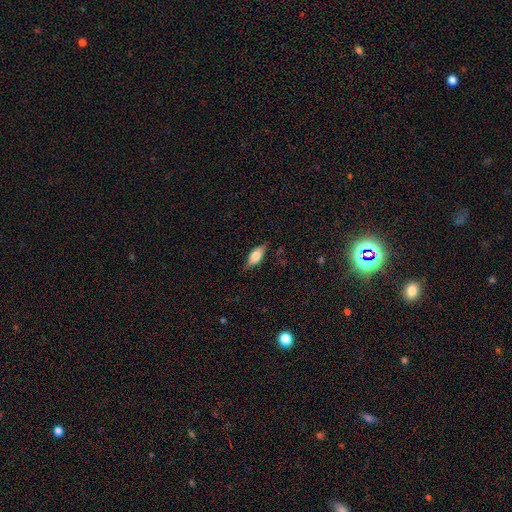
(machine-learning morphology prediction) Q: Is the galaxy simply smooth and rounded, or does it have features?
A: smooth — 67%.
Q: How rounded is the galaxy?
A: in between — 78%.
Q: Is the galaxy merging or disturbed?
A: none — 77%.